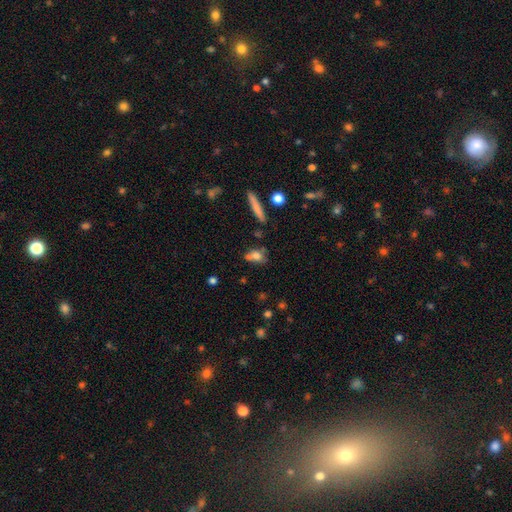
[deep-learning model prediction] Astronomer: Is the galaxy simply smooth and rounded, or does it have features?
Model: smooth — 70%.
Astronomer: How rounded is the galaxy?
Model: in between — 60%.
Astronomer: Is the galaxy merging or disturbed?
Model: none — 48%.